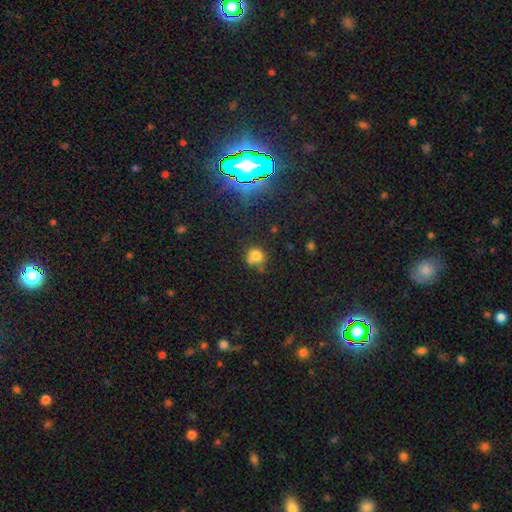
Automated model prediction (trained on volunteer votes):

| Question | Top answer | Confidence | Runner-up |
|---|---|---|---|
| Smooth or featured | smooth | 77% | star or artifact (15%) |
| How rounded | round | 82% | in between (17%) |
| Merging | none | 62% | minor disturbance (18%) |